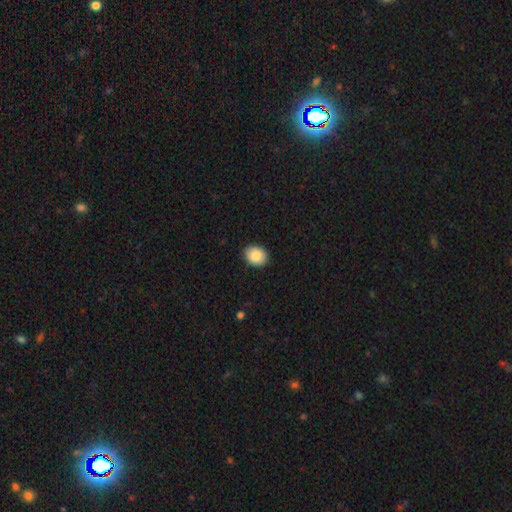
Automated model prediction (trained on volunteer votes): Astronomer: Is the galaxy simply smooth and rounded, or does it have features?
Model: smooth — 87%.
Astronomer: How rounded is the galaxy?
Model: in between — 56% (runner-up: round, 43%).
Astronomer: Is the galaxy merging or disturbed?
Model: none — 90%.